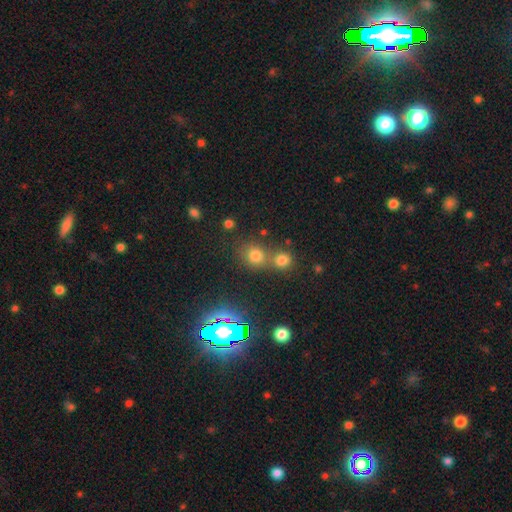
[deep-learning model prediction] The model was most divided on "merging": none: 54%, merger: 36%, minor disturbance: 7%, major disturbance: 3%. More confident: how rounded — round (80%); smooth or featured — smooth (65%).